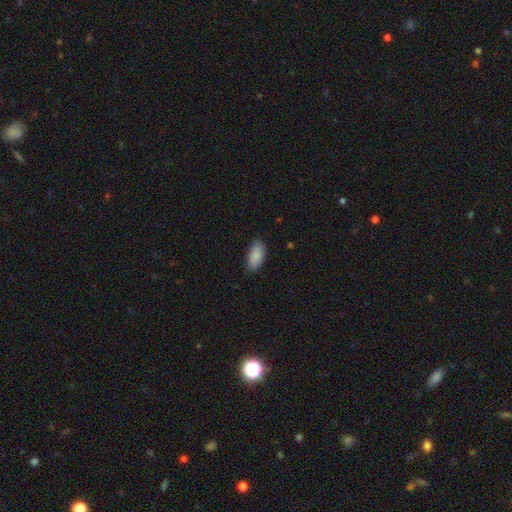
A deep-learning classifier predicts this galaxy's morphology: Q: Smooth or featured?
A: smooth (88%); runner-up: featured or disk (6%)
Q: How rounded?
A: in between (92%); runner-up: cigar-shaped (5%)
Q: Merging?
A: none (82%); runner-up: minor disturbance (14%)